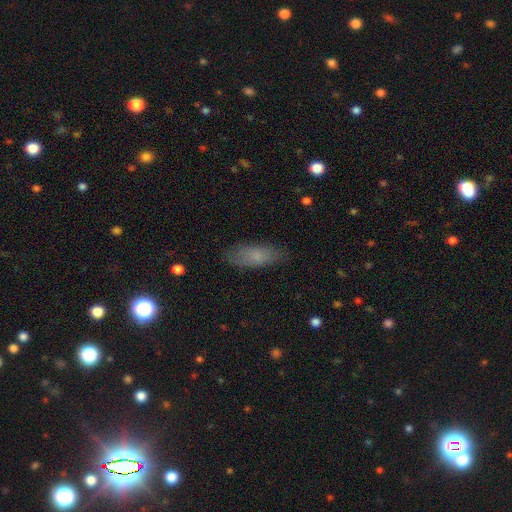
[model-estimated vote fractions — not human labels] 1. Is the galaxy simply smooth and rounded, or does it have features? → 75% smooth, 17% featured or disk, 9% star or artifact.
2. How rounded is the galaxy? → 70% in between, 27% cigar-shaped, 3% round.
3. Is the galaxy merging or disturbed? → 81% none, 14% minor disturbance, 4% major disturbance, 1% merger.